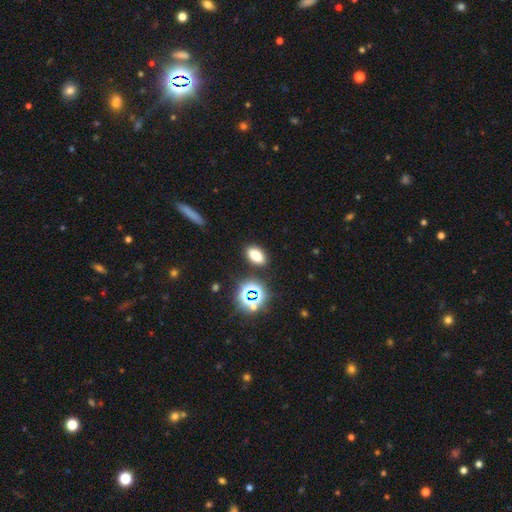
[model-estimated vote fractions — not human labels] Smooth or featured?
  - smooth: 70% *
  - star or artifact: 22%
  - featured or disk: 9%
How rounded?
  - in between: 84% *
  - round: 11%
  - cigar-shaped: 5%
Merging?
  - none: 87% *
  - minor disturbance: 8%
  - merger: 3%
  - major disturbance: 3%